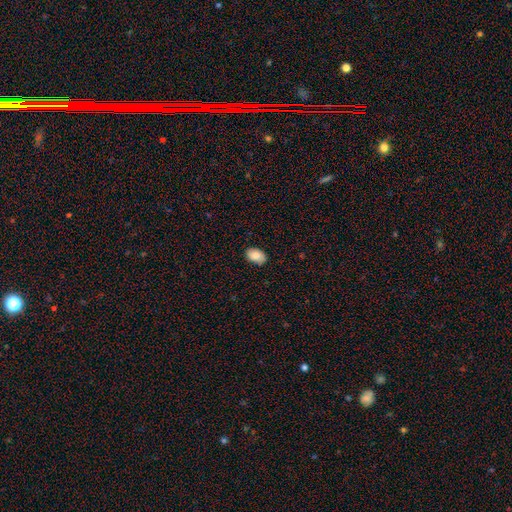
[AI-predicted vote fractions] Smooth or featured? Predicted: smooth (p=0.85). How rounded? Predicted: in between (p=0.88). Merging? Predicted: none (p=0.85).